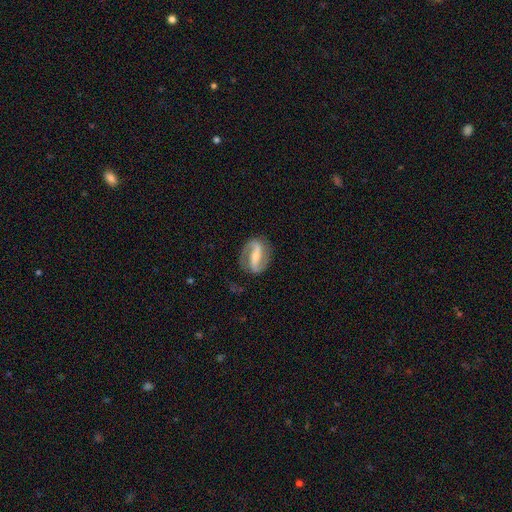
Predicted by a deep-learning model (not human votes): Overall: featured or disk (88%). Edge-on disk: no (97%). Bar: strong (58%; weak 26%). Spiral arms: yes (96%). Spiral arm count: 2 (92%). Spiral winding: medium (47%; loose 32%). Bulge size: small (51%; moderate 41%). Merging: none (83%).